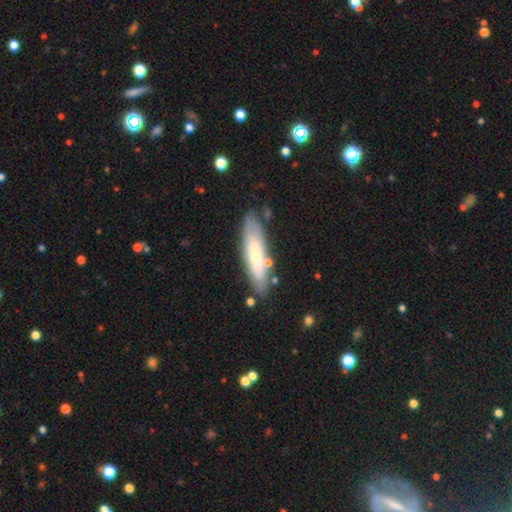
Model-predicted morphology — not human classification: The model was most divided on "smooth or featured": smooth: 58%, featured or disk: 36%, star or artifact: 6%. More confident: merging — none (78%); how rounded — cigar-shaped (66%).